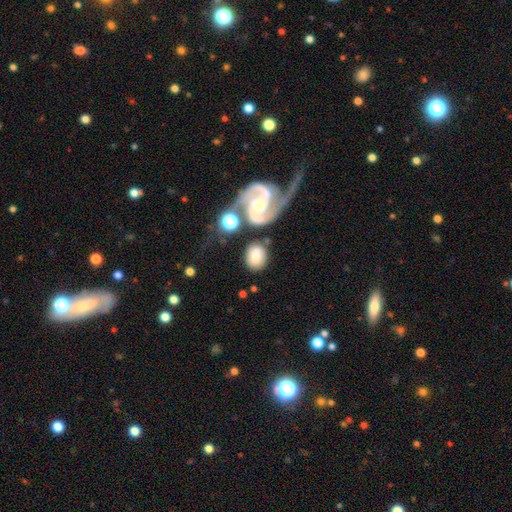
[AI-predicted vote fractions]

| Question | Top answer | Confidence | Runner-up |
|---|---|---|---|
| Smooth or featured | smooth | 58% | featured or disk (34%) |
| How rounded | round | 56% | in between (42%) |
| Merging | none | 67% | minor disturbance (15%) |